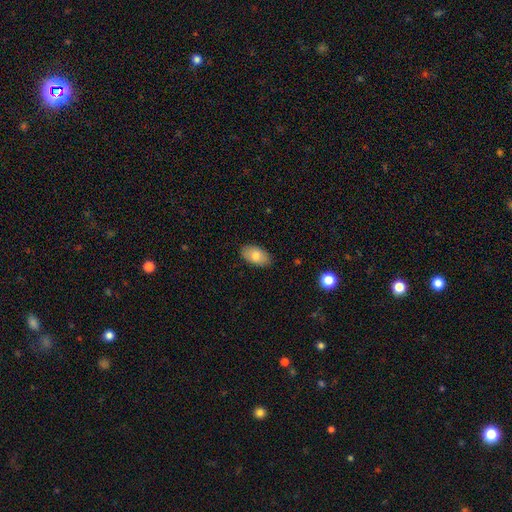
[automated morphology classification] A smooth galaxy with no disk features (78%) that is in between round and cigar-shaped (93%). Merging: none (87%).